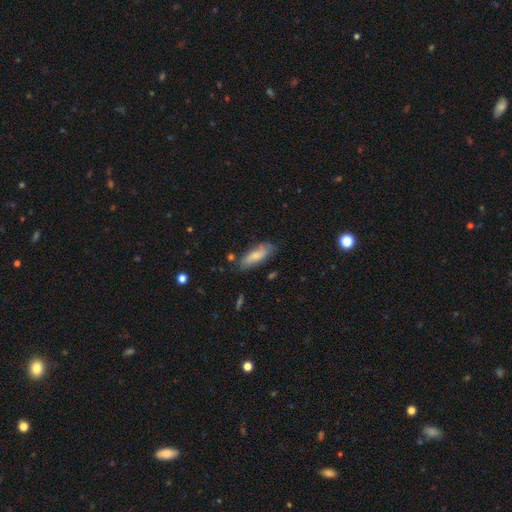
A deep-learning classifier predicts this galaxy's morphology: type=smooth (72%); roundness=in between (64%); merging=none (72%).